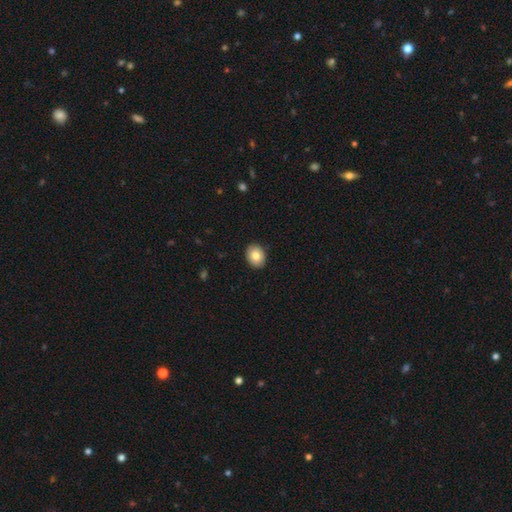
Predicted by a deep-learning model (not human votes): smooth_or_featured: smooth (p=0.81) [alt: featured or disk p=0.11]
how_rounded: in between (p=0.54) [alt: round p=0.45]
merging: none (p=0.90) [alt: minor disturbance p=0.07]